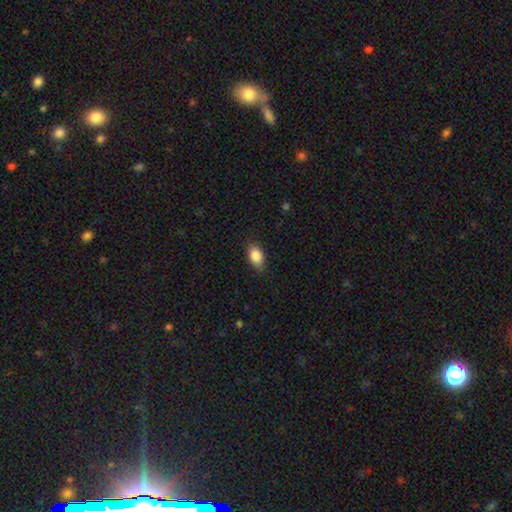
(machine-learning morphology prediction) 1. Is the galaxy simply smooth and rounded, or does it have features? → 86% smooth, 7% star or artifact, 6% featured or disk.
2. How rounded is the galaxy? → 89% in between, 8% round, 3% cigar-shaped.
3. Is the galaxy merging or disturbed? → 82% none, 14% minor disturbance, 3% major disturbance, 1% merger.